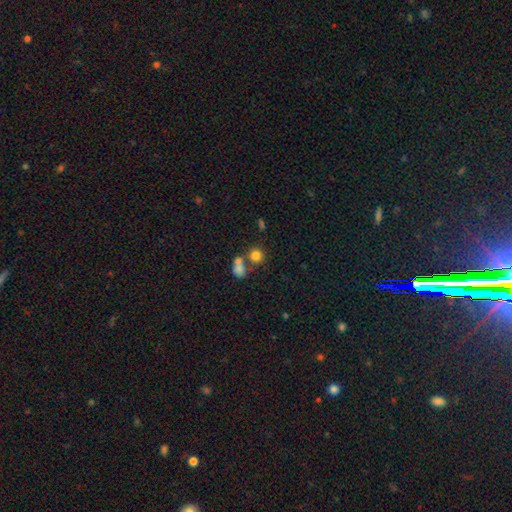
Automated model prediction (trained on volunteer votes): This is likely a smooth galaxy (78%). How rounded: clearly round (85%). Merging: possibly none (57%).